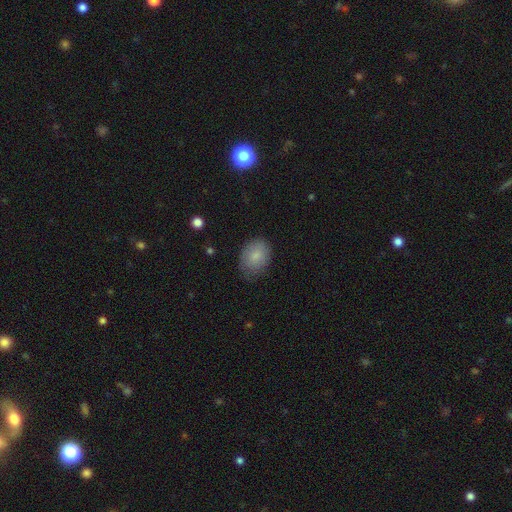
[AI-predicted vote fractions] The model was most divided on "how rounded": in between: 72%, round: 27%, cigar-shaped: 1%. More confident: smooth or featured — smooth (83%); merging — none (72%).